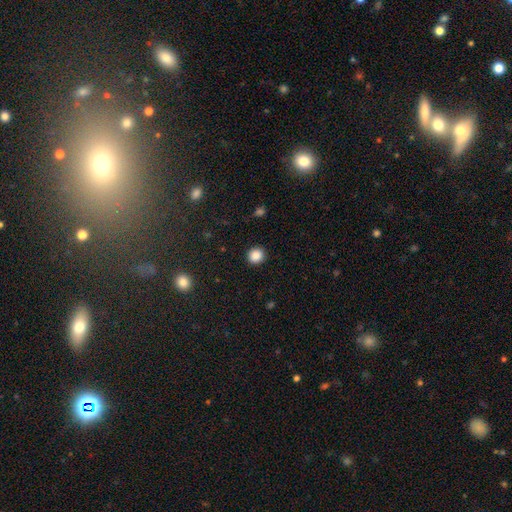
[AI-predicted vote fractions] Overall: smooth (87%). How rounded: round (89%). Merging: none (92%).